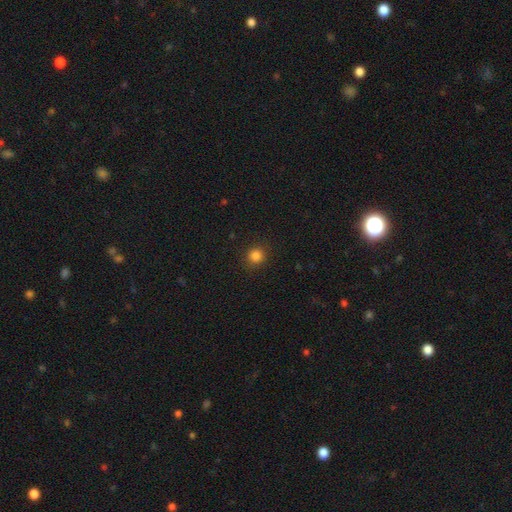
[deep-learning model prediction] Q: Smooth or featured?
A: smooth (84%); runner-up: star or artifact (12%)
Q: How rounded?
A: round (90%); runner-up: in between (9%)
Q: Merging?
A: none (90%); runner-up: minor disturbance (7%)